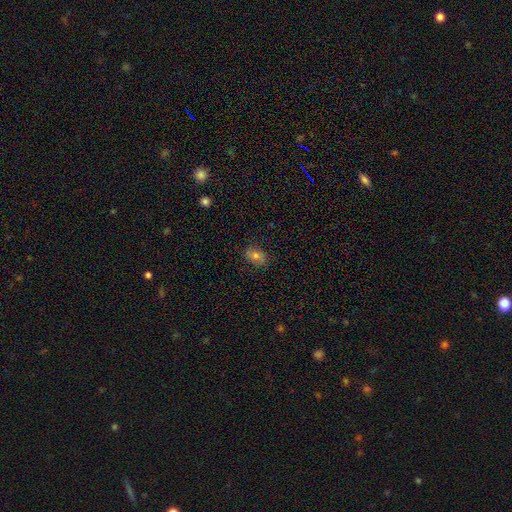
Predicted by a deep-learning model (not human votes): Q: Smooth or featured?
A: smooth (69%); runner-up: featured or disk (17%)
Q: How rounded?
A: in between (80%); runner-up: round (18%)
Q: Merging?
A: none (84%); runner-up: minor disturbance (13%)